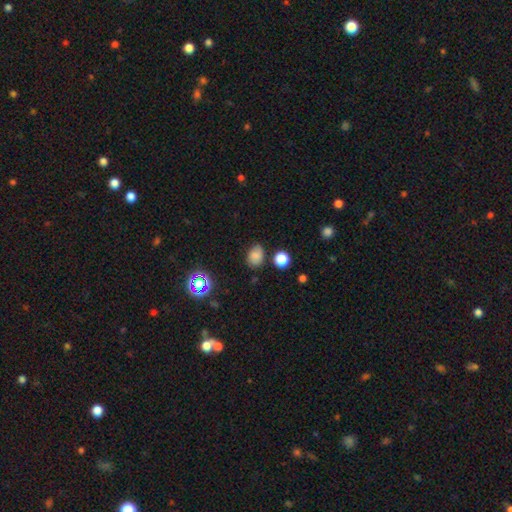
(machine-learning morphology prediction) smooth-or-featured: smooth: 74% | star or artifact: 16% | featured or disk: 10%
  how-rounded: in between: 65% | round: 34% | cigar-shaped: 1%
  merging: none: 72% | minor disturbance: 20% | major disturbance: 4% | merger: 4%